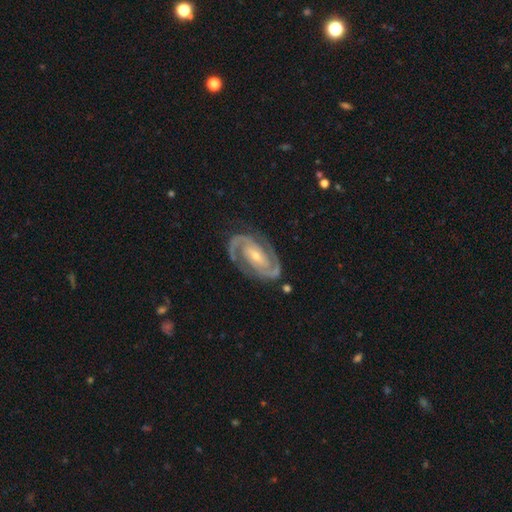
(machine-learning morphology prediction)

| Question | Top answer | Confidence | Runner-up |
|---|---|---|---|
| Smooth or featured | featured or disk | 93% | star or artifact (4%) |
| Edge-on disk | no | 97% | yes (3%) |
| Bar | no | 35% | weak (33%) |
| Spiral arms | yes | 98% | no (2%) |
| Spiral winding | tight | 52% | medium (42%) |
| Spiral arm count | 2 | 93% | 3 (2%) |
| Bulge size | small | 64% | moderate (32%) |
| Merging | none | 83% | minor disturbance (12%) |